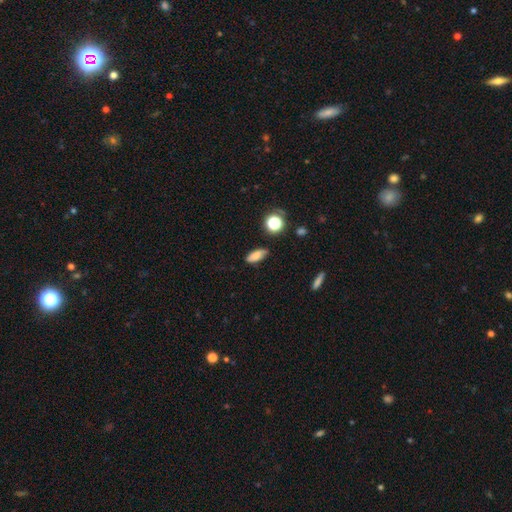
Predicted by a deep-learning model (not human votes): This appears to be a smooth galaxy with no disk features (79%) that is in between round and cigar-shaped (72%). Merging: none (80%).